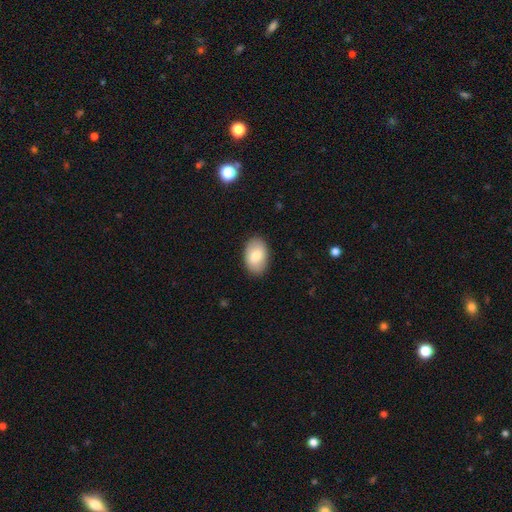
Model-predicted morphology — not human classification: Q: Smooth or featured?
A: smooth (81%); runner-up: featured or disk (13%)
Q: How rounded?
A: in between (90%); runner-up: round (9%)
Q: Merging?
A: none (88%); runner-up: minor disturbance (9%)